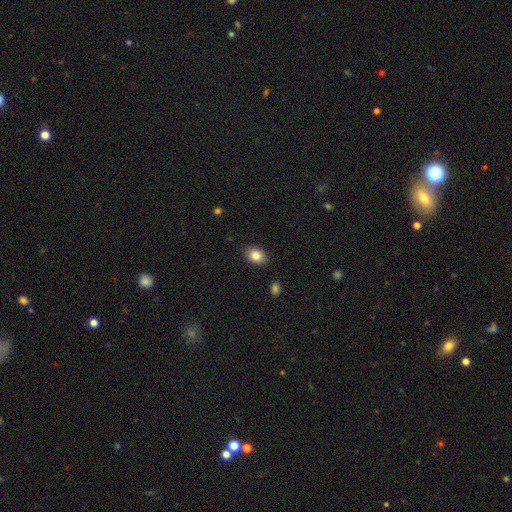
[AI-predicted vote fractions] This is clearly a smooth galaxy (84%). How rounded: likely in between (74%). Merging: clearly none (88%).